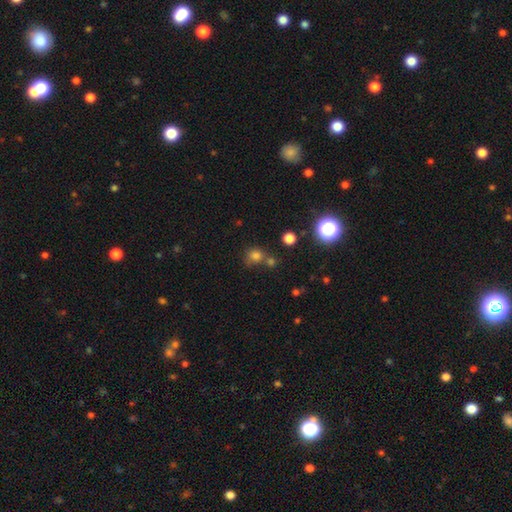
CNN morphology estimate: smooth-or-featured: smooth: 73% | star or artifact: 20% | featured or disk: 7%
  how-rounded: round: 81% | in between: 17% | cigar-shaped: 1%
  merging: none: 56% | merger: 25% | minor disturbance: 13% | major disturbance: 6%